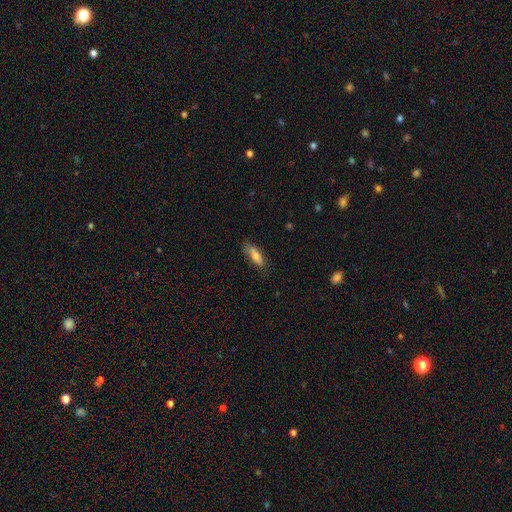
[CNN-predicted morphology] This appears to be a smooth galaxy with no disk features (76%) that is in between round and cigar-shaped (50%). Merging: none (75%).